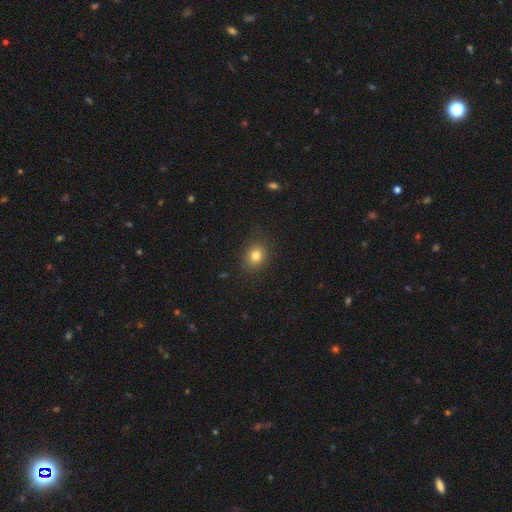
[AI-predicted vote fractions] This is clearly a smooth galaxy (80%). How rounded: likely round (69%). Merging: clearly none (87%).